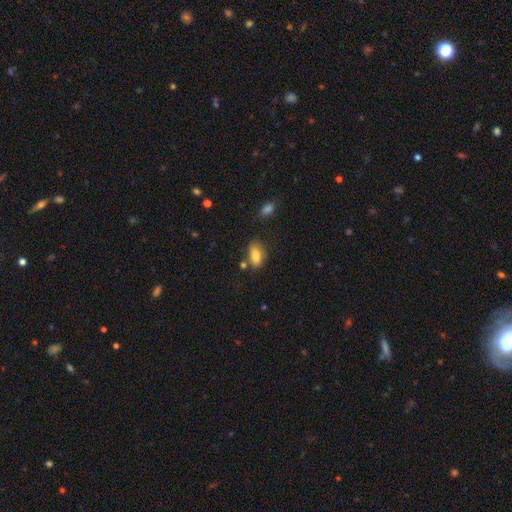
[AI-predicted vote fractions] Smooth or featured?
  - smooth: 82% *
  - featured or disk: 10%
  - star or artifact: 8%
How rounded?
  - in between: 89% *
  - round: 6%
  - cigar-shaped: 5%
Merging?
  - none: 62% *
  - minor disturbance: 23%
  - merger: 8%
  - major disturbance: 6%